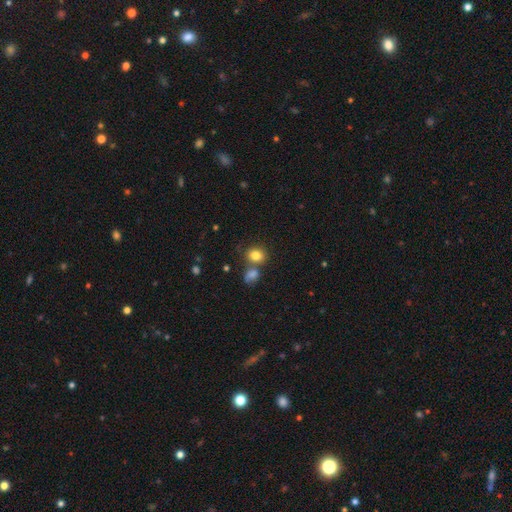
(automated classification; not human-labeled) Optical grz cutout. It shows a smooth galaxy with no disk features (81%) that is round (68%). Merging: none (60%).